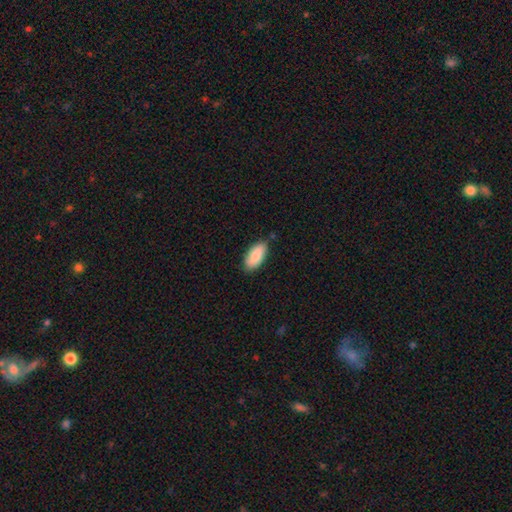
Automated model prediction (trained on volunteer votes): Smooth or featured: smooth — 87% (featured or disk — 8%)
How rounded: in between — 88% (cigar-shaped — 10%)
Merging: none — 82% (minor disturbance — 14%)